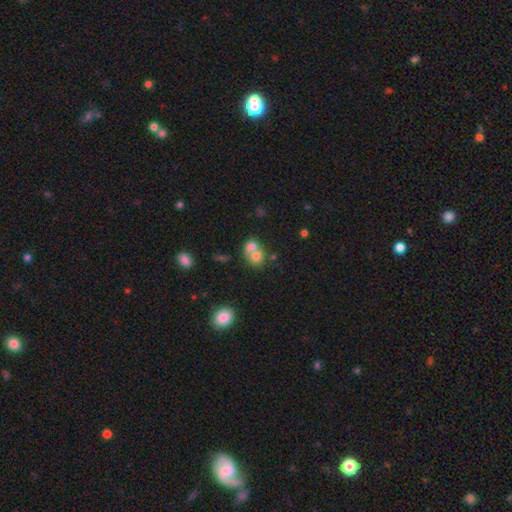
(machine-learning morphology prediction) The model was most divided on "how rounded": round: 64%, in between: 35%, cigar-shaped: 1%. More confident: smooth or featured — smooth (70%); merging — merger (67%).